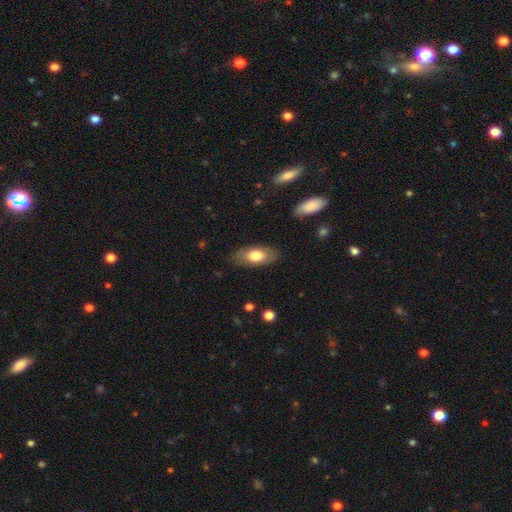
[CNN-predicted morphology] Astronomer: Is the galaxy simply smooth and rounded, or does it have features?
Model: smooth — 72%.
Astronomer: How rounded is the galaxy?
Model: in between — 87%.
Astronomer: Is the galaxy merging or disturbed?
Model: none — 82%.